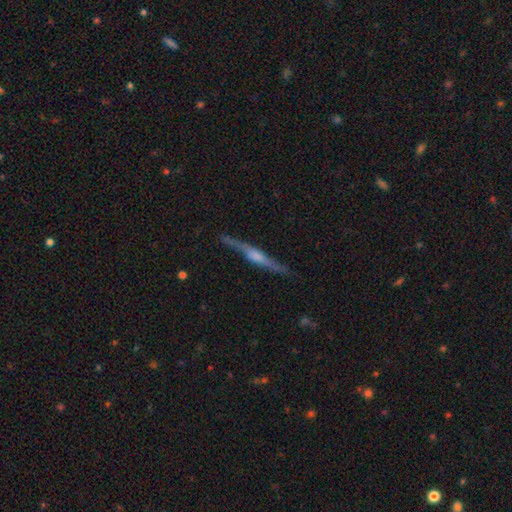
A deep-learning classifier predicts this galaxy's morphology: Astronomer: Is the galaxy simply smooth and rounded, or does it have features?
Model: featured or disk — 76%.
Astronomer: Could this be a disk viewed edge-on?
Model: yes — 96%.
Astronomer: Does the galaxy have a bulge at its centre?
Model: rounded — 64%.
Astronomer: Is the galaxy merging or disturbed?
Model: none — 83%.